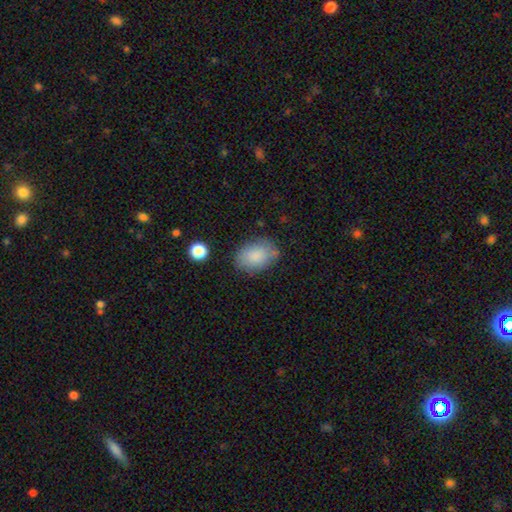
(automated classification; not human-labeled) Smooth or featured? smooth (86%)
How rounded? in between (85%)
Merging? none (75%)